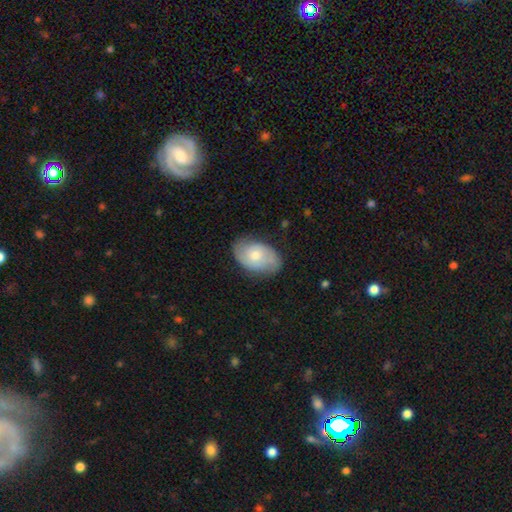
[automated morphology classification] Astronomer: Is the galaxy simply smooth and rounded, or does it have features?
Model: smooth — 53% (runner-up: featured or disk, 41%).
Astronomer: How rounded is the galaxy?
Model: in between — 89%.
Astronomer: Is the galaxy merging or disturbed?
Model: none — 71%.